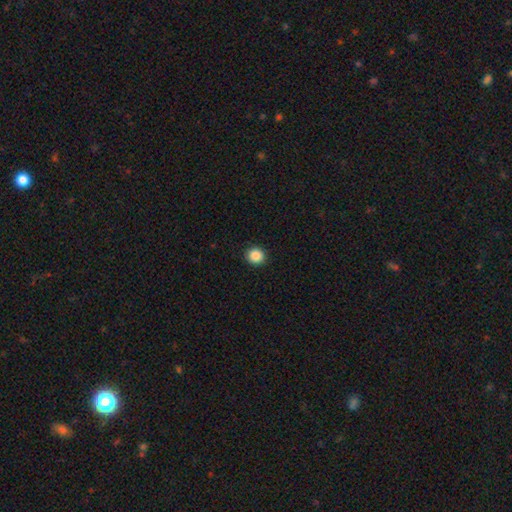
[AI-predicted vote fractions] The model was most divided on "smooth or featured": smooth: 87%, star or artifact: 10%, featured or disk: 3%. More confident: merging — none (93%); how rounded — round (91%).